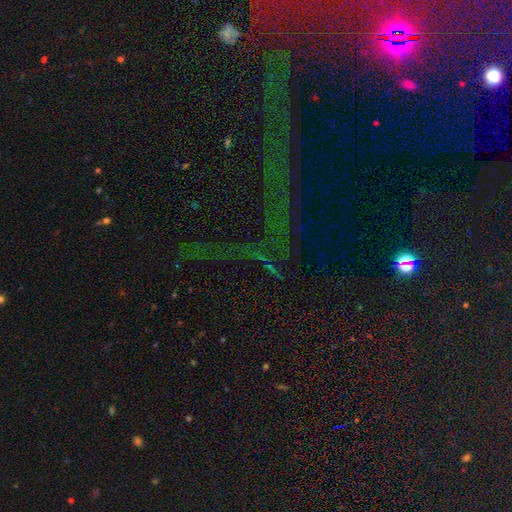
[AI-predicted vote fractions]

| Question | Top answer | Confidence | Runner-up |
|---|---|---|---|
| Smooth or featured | star or artifact | 77% | smooth (12%) |